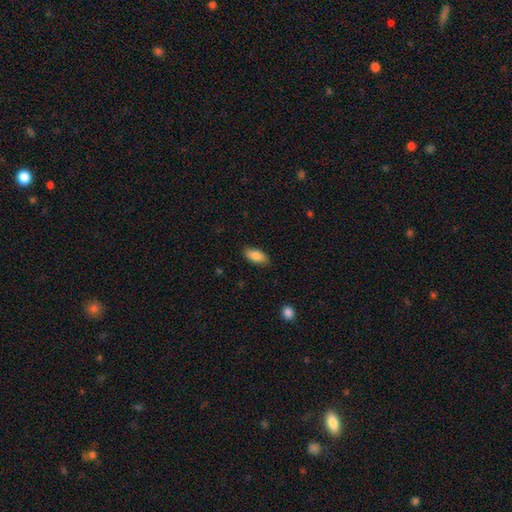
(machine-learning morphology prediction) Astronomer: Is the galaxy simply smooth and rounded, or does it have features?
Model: smooth — 86%.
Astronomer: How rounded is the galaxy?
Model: in between — 90%.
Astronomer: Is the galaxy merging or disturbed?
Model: none — 85%.